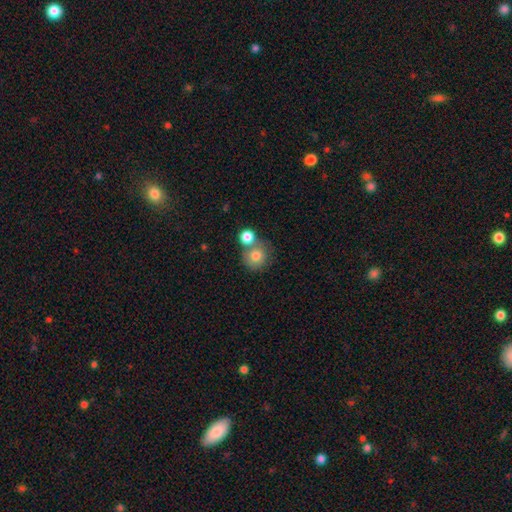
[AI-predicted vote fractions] smooth 79%, featured or disk 12%, star or artifact 10%. Down the decision tree: how rounded — round (88%); merging — none (48%).